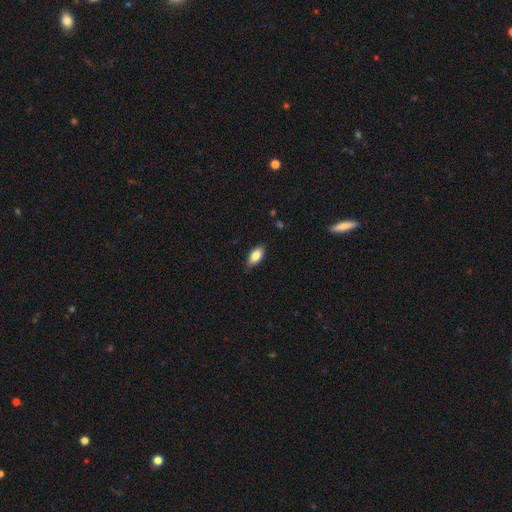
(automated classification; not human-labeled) Smooth or featured?
  - smooth: 83% *
  - featured or disk: 10%
  - star or artifact: 7%
How rounded?
  - in between: 90% *
  - cigar-shaped: 7%
  - round: 3%
Merging?
  - none: 82% *
  - minor disturbance: 14%
  - major disturbance: 2%
  - merger: 1%